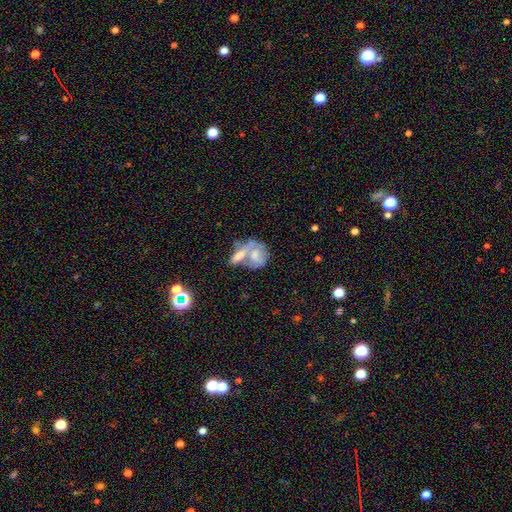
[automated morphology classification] Smooth or featured? Predicted: smooth (p=0.58). How rounded? Predicted: in between (p=0.55). Merging? Predicted: merger (p=0.59).